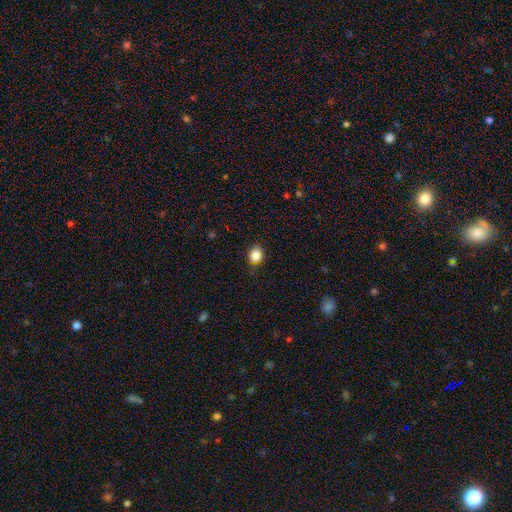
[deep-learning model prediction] A smooth galaxy with no disk features (86%) that is round (53%). Merging: none (82%).